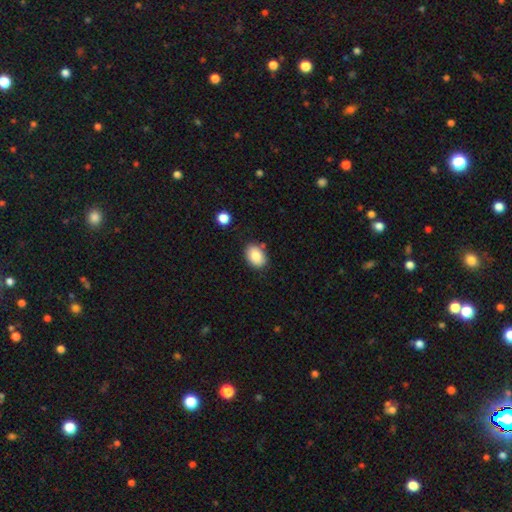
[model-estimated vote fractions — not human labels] This appears to be a smooth galaxy with no disk features (85%) that is in between round and cigar-shaped (76%). Merging: none (80%).